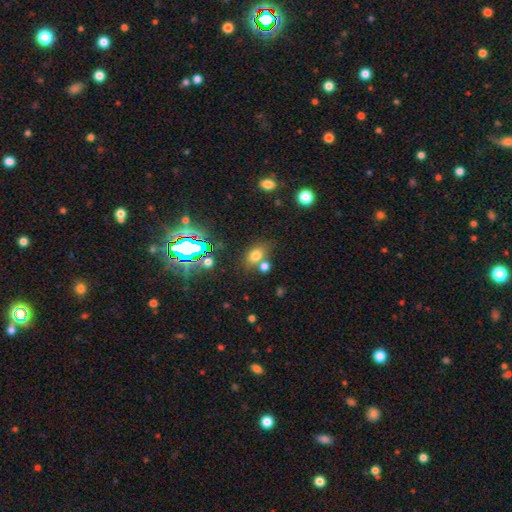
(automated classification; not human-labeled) Q: Smooth or featured?
A: smooth (69%); runner-up: star or artifact (21%)
Q: How rounded?
A: in between (67%); runner-up: round (31%)
Q: Merging?
A: none (60%); runner-up: merger (23%)